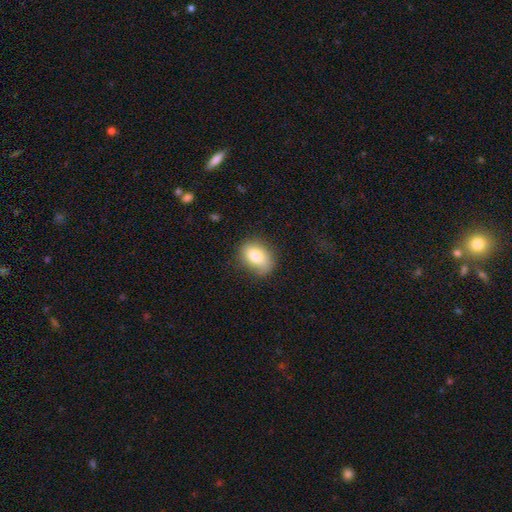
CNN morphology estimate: This appears to be a smooth galaxy with no disk features (78%) that is in between round and cigar-shaped (71%). Merging: none (75%).